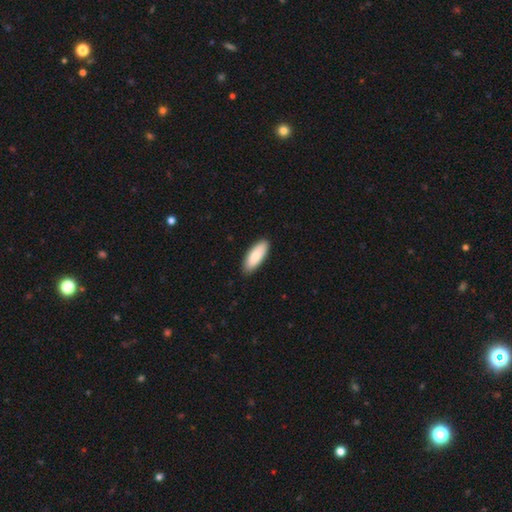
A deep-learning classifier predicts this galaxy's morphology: Smooth or featured?
  - smooth: 85% *
  - featured or disk: 10%
  - star or artifact: 5%
How rounded?
  - in between: 74% *
  - cigar-shaped: 24%
  - round: 2%
Merging?
  - none: 88% *
  - minor disturbance: 9%
  - major disturbance: 2%
  - merger: 1%